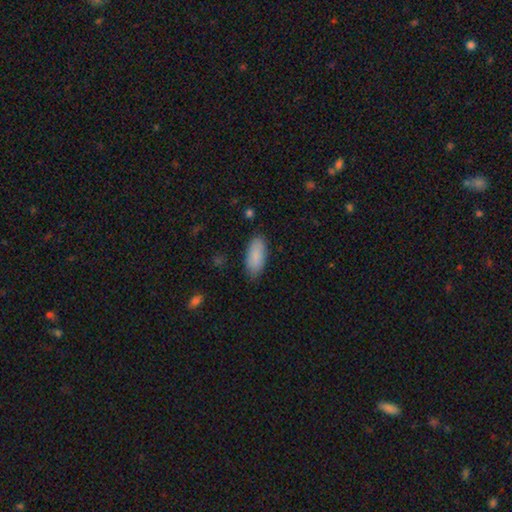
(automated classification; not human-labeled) smooth 88%, featured or disk 7%, star or artifact 6%. Down the decision tree: how rounded — in between (88%); merging — none (81%).